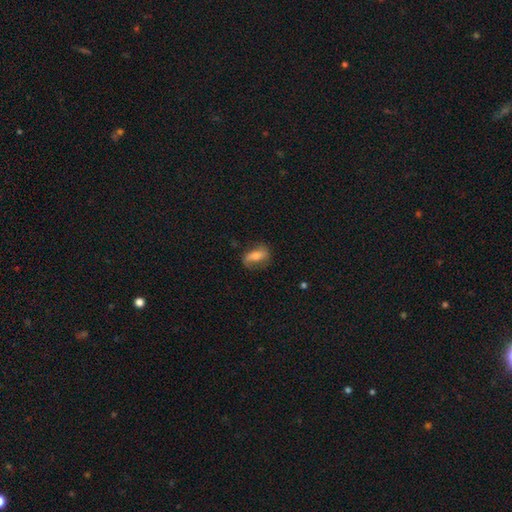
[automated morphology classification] smooth 49%, featured or disk 42%, star or artifact 9%. Down the decision tree: merging — none (70%).